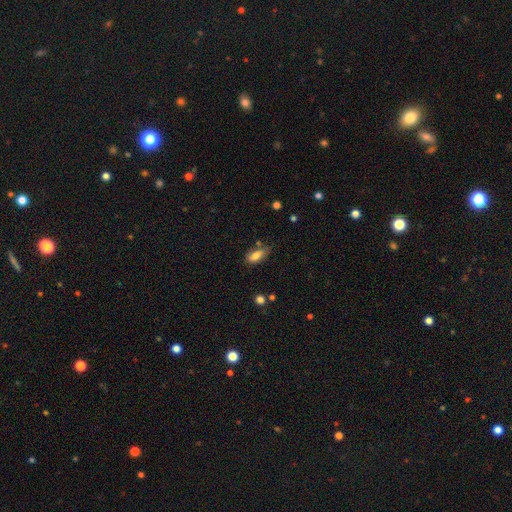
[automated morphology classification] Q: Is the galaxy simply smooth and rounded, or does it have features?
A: smooth — 80%.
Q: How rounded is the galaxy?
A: in between — 81%.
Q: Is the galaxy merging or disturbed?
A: none — 63%.